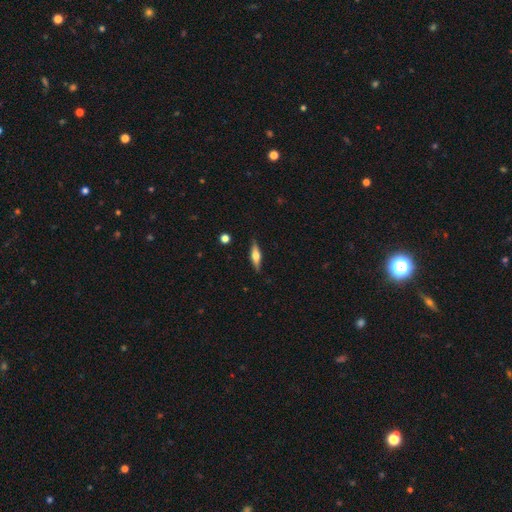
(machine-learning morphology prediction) Smooth or featured? Predicted: featured or disk (p=0.52). Edge-on disk? Predicted: yes (p=0.93). Merging? Predicted: none (p=0.86).